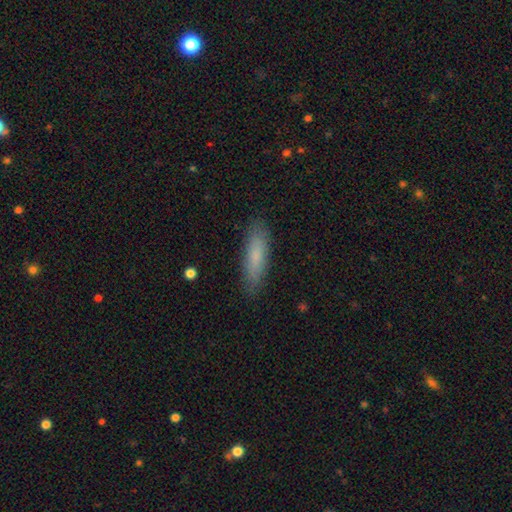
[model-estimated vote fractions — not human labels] Overall: smooth (79%). How rounded: cigar-shaped (69%; in between 30%). Merging: none (87%).